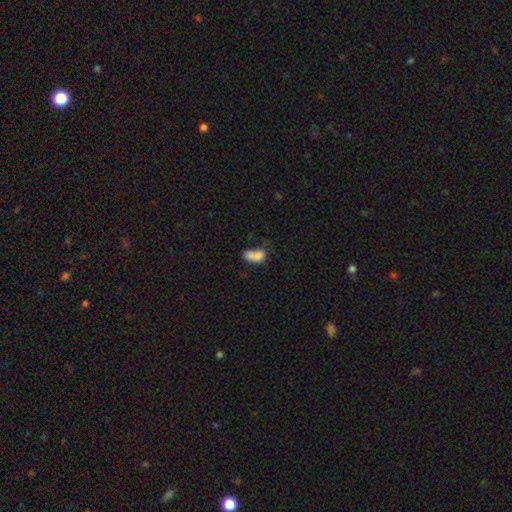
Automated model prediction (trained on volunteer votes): Q: Smooth or featured?
A: smooth (75%); runner-up: featured or disk (15%)
Q: How rounded?
A: in between (82%); runner-up: round (14%)
Q: Merging?
A: merger (51%); runner-up: none (24%)